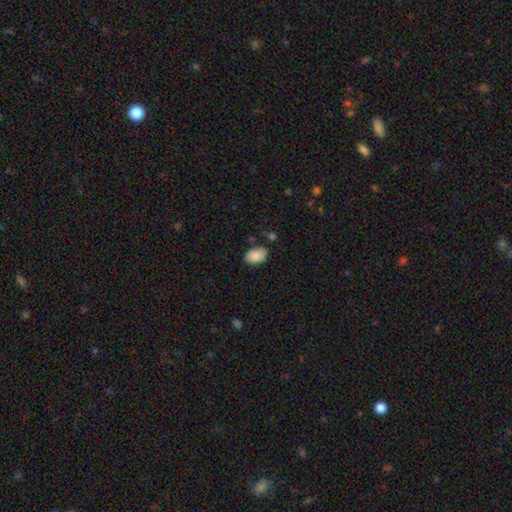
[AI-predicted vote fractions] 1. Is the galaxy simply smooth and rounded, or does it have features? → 87% smooth, 7% star or artifact, 6% featured or disk.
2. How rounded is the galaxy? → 91% in between, 8% round, 1% cigar-shaped.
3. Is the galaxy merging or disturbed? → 77% none, 16% minor disturbance, 3% merger, 3% major disturbance.